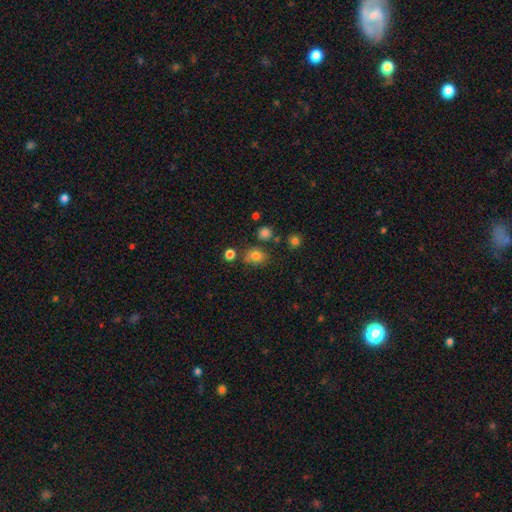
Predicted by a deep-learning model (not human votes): This appears to be a smooth galaxy with no disk features (78%) that is round (55%). Merging: none (71%).